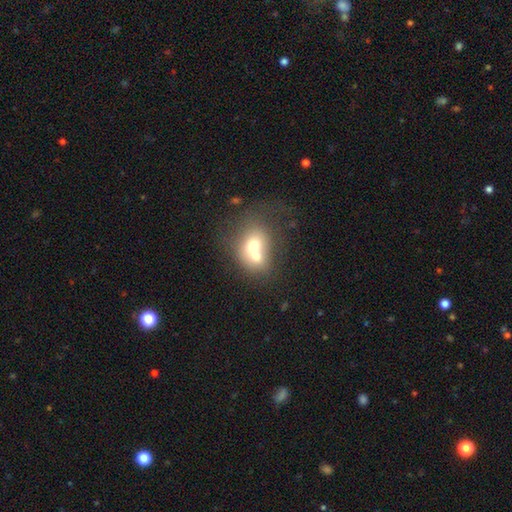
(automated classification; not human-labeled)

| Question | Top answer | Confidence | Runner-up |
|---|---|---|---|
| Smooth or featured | smooth | 62% | featured or disk (27%) |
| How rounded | round | 54% | in between (45%) |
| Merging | merger | 69% | none (20%) |